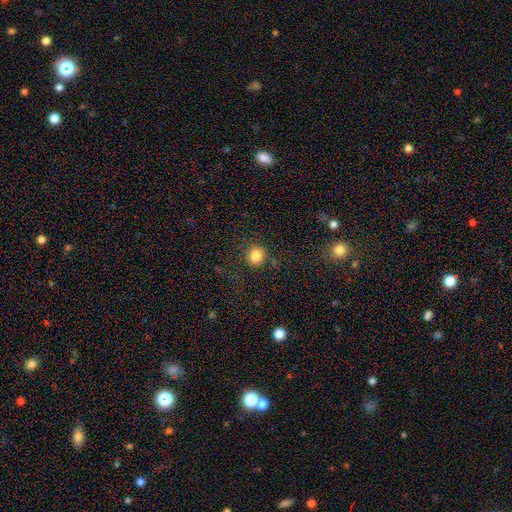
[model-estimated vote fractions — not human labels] Morphology: type=smooth (83%); roundness=round (88%); merging=none (83%).